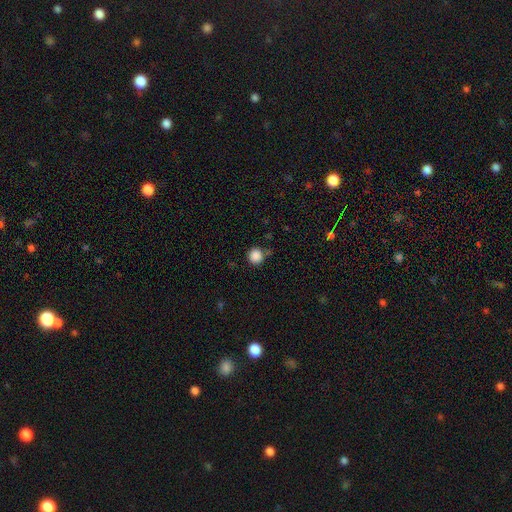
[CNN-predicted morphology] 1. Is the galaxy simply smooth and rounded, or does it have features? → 87% smooth, 10% star or artifact, 3% featured or disk.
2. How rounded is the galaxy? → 93% round, 6% in between, 1% cigar-shaped.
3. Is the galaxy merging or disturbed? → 79% none, 12% minor disturbance, 6% merger, 4% major disturbance.